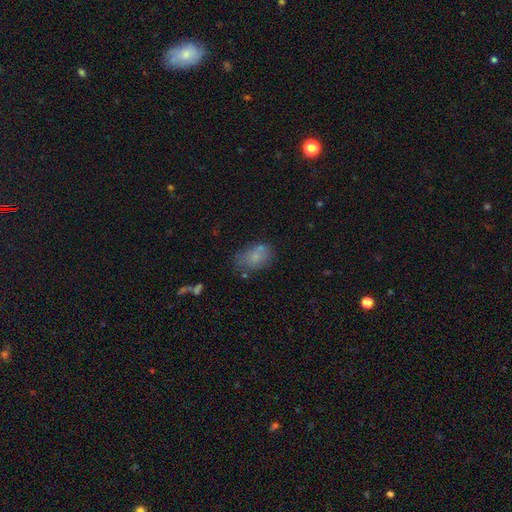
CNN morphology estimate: type=smooth (71%); roundness=in between (84%); merging=none (52%).